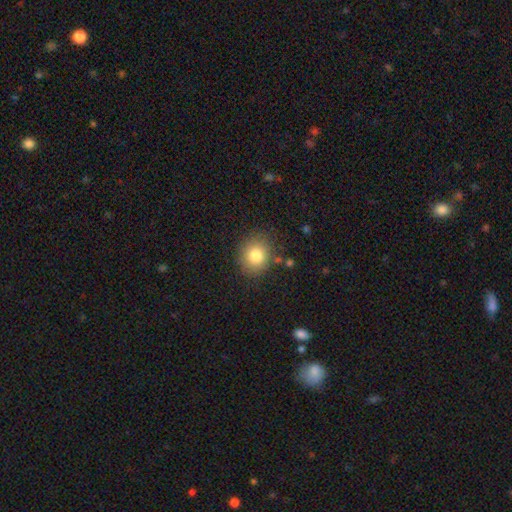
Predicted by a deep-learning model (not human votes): Morphology: type=smooth (81%); roundness=round (76%); merging=none (83%).